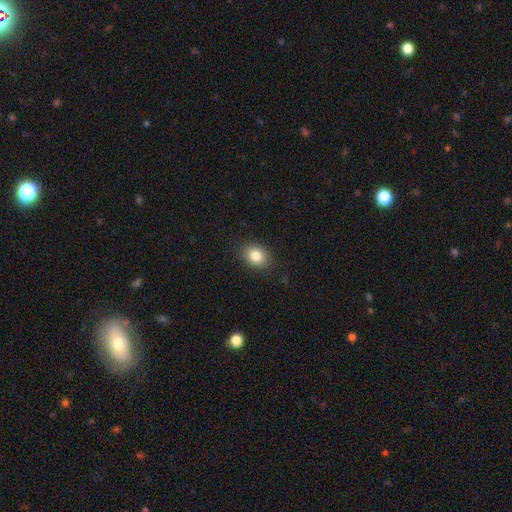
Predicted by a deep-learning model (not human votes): Morphology: type=smooth (83%); roundness=in between (60%); merging=none (88%).